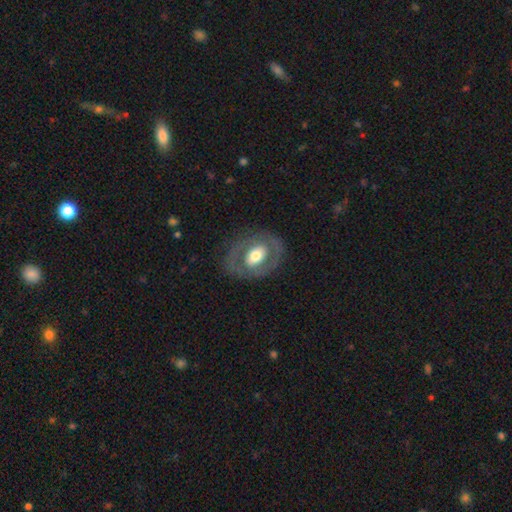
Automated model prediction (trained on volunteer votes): featured or disk 58%, smooth 36%, star or artifact 6%. Down the decision tree: edge-on disk — no (94%); bar — no (60%); spiral arms — no (75%); bulge size — moderate (57%); merging — none (76%).